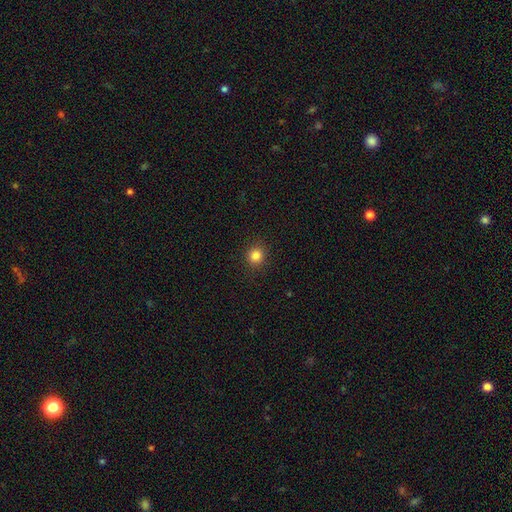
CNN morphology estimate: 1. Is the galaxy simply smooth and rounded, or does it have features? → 83% smooth, 12% star or artifact, 5% featured or disk.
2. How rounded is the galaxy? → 89% round, 10% in between, 1% cigar-shaped.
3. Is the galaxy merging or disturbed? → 91% none, 6% minor disturbance, 2% major disturbance, 1% merger.